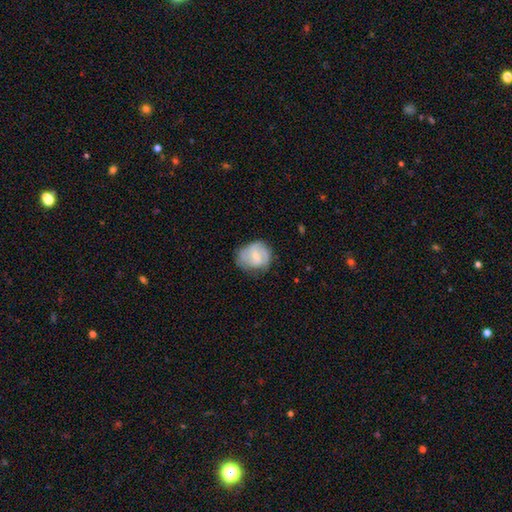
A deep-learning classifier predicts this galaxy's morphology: smooth-or-featured: featured or disk: 52% | smooth: 41% | star or artifact: 6%
  disk-edge-on: no: 97% | yes: 3%
    bar: weak: 51% | no: 34% | strong: 16%
    has-spiral-arms: yes: 75% | no: 25%
    bulge-size: small: 57% | moderate: 32% | none: 8% | large: 2% | dominant: 1%
  merging: none: 57% | minor disturbance: 29% | major disturbance: 13% | merger: 2%